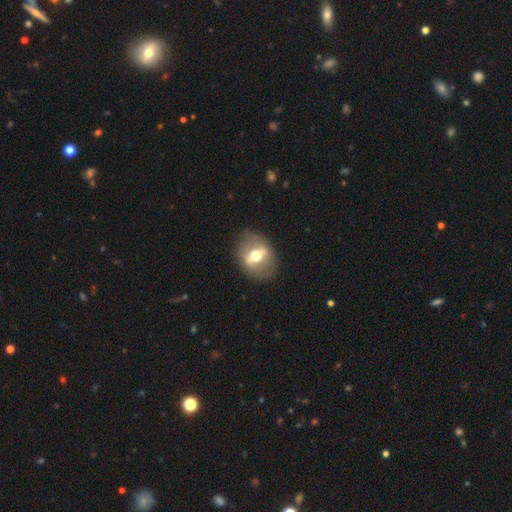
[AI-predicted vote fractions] Morphology: type=featured or disk (60%); edge-on=no (73%); merging=none (83%).